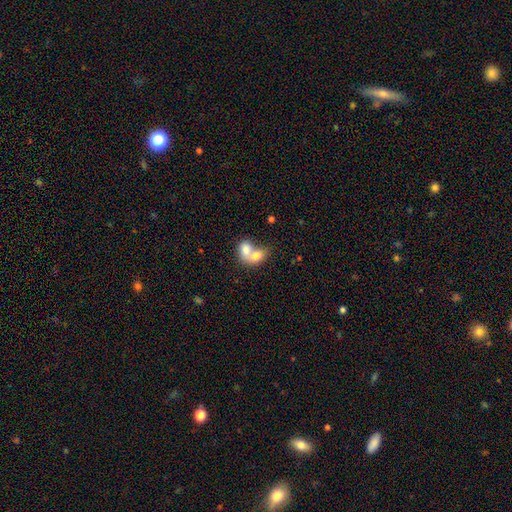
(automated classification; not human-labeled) A smooth galaxy with no disk features (72%) that is in between round and cigar-shaped (71%). Merging: merger (79%).